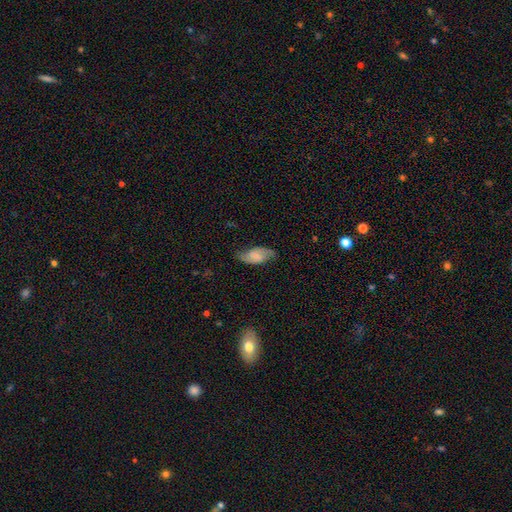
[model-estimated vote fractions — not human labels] Q: Smooth or featured?
A: featured or disk (58%); runner-up: smooth (34%)
Q: Edge-on disk?
A: no (95%); runner-up: yes (5%)
Q: Bar?
A: weak (44%); runner-up: no (40%)
Q: Spiral arms?
A: yes (92%); runner-up: no (8%)
Q: Spiral winding?
A: loose (42%); tied with: medium (42%)
Q: Spiral arm count?
A: 2 (90%); runner-up: can't tell (5%)
Q: Bulge size?
A: none (44%); runner-up: small (26%)
Q: Merging?
A: none (75%); runner-up: minor disturbance (18%)